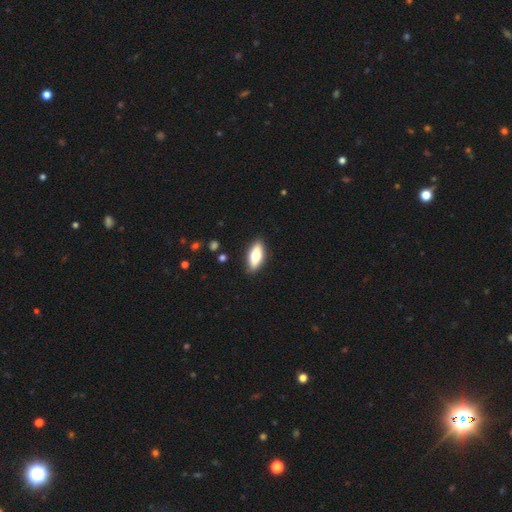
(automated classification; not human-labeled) Q: Smooth or featured?
A: smooth (63%); runner-up: featured or disk (30%)
Q: How rounded?
A: in between (73%); runner-up: cigar-shaped (24%)
Q: Merging?
A: none (89%); runner-up: minor disturbance (8%)